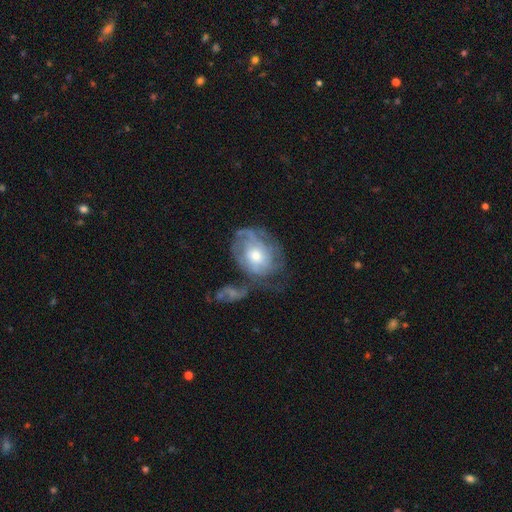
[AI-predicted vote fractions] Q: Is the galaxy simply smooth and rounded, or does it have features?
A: featured or disk — 69%.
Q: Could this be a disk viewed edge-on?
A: no — 96%.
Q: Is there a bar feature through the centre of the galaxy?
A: no — 78%.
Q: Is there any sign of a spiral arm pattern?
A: yes — 73%.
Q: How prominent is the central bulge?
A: moderate — 62%.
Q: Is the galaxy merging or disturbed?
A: none — 39%.